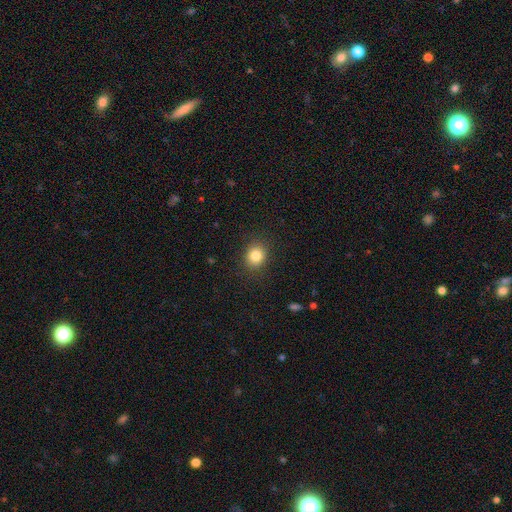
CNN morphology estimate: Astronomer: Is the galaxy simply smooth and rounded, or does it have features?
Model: smooth — 83%.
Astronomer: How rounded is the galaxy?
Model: round — 70%.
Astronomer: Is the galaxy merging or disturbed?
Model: none — 88%.